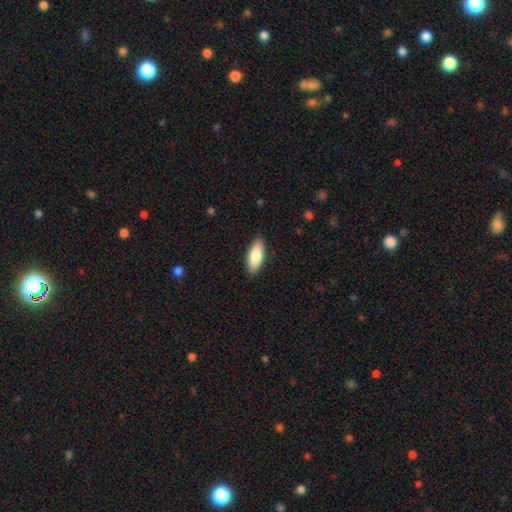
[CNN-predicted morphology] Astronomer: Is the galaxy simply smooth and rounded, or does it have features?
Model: smooth — 83%.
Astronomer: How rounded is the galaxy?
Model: in between — 77%.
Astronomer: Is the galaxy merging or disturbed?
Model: none — 88%.